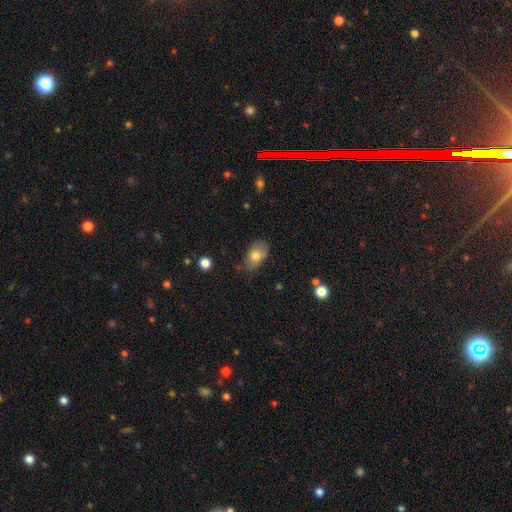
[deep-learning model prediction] Smooth or featured? smooth (75%)
How rounded? in between (90%)
Merging? none (67%)